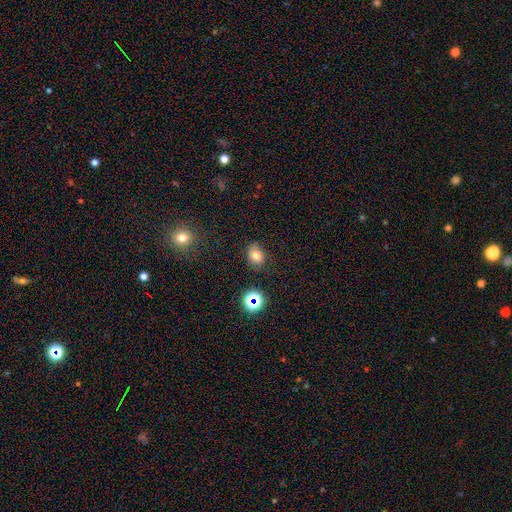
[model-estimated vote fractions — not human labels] Morphology: type=smooth (75%); roundness=in between (60%); merging=none (78%).